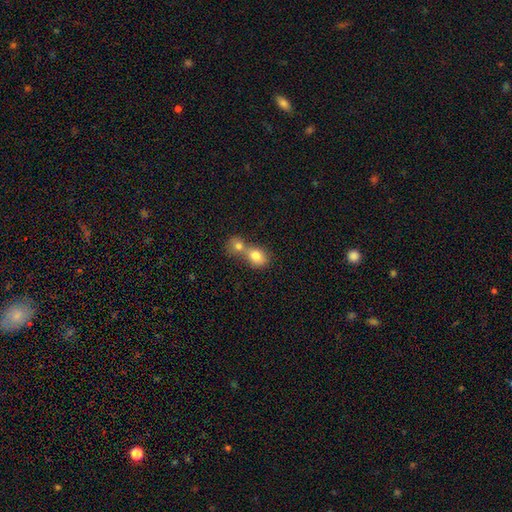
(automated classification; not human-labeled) A smooth galaxy with no disk features (78%) that is round (54%). Merging: merger (68%).